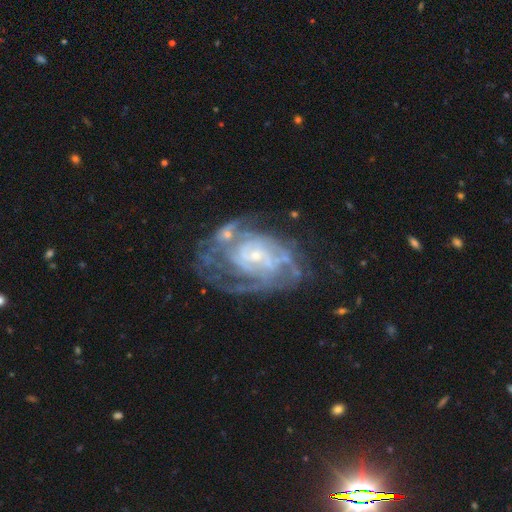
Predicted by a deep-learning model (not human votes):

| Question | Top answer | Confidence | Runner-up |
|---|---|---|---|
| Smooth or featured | featured or disk | 85% | smooth (8%) |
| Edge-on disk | no | 97% | yes (3%) |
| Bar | no | 60% | weak (33%) |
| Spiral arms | yes | 90% | no (10%) |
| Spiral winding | tight | 59% | medium (32%) |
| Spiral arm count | can't tell | 42% | 2 (18%) |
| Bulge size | small | 70% | moderate (22%) |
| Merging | none | 47% | major disturbance (22%) |